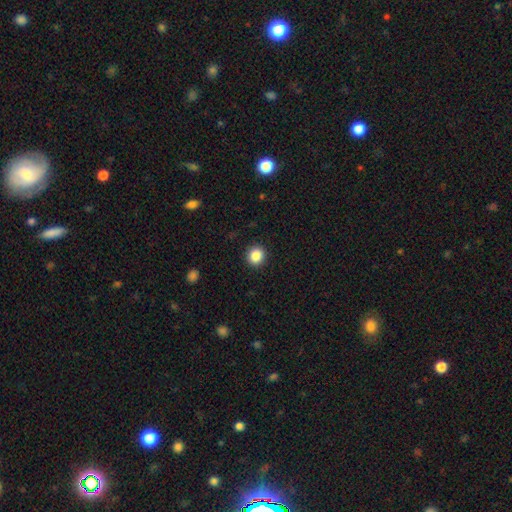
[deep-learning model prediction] A smooth galaxy with no disk features (86%) that is round (88%). Merging: none (92%).